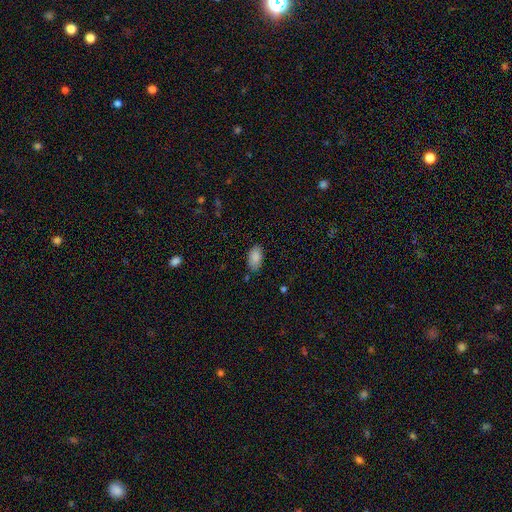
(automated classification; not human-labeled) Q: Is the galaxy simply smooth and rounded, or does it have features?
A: smooth — 88%.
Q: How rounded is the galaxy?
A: in between — 94%.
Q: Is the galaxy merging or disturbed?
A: none — 81%.